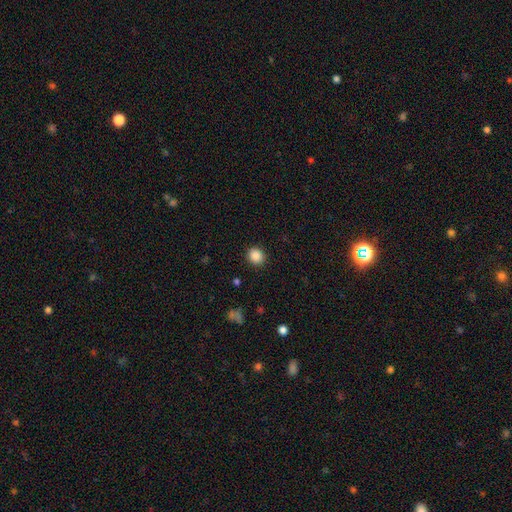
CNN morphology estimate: A smooth galaxy with no disk features (88%) that is round (82%).

Vote fractions:
- Smooth or featured? smooth: 88% / star or artifact: 10% / featured or disk: 3%
- How rounded? round: 82% / in between: 17% / cigar-shaped: 1%
- Merging? none: 90% / minor disturbance: 7% / major disturbance: 2% / merger: 1%